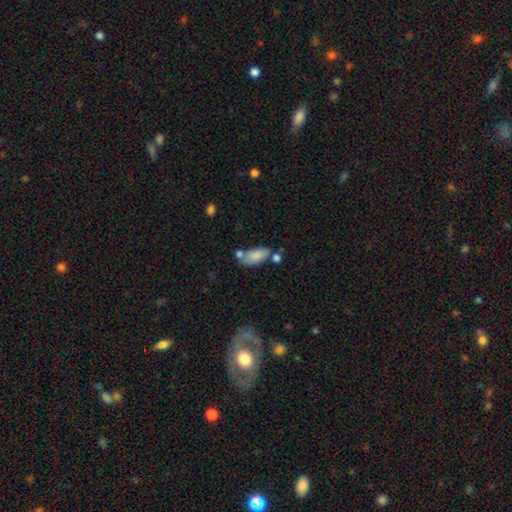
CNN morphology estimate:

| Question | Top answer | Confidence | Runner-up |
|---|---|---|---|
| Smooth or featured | smooth | 80% | featured or disk (13%) |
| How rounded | in between | 91% | cigar-shaped (6%) |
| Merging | none | 44% | merger (28%) |